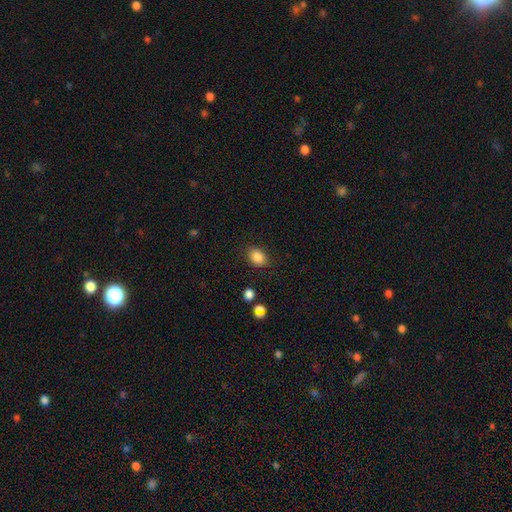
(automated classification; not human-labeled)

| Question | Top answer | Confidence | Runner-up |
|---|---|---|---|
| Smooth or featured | smooth | 86% | star or artifact (10%) |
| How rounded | in between | 70% | round (29%) |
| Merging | none | 85% | minor disturbance (10%) |